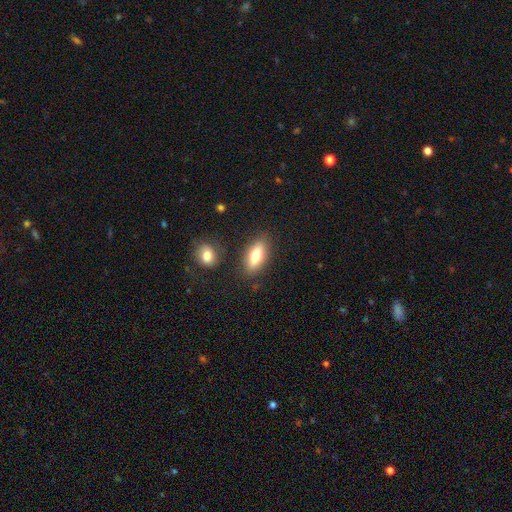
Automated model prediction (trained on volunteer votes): Smooth or featured: smooth — 71% (featured or disk — 21%)
How rounded: in between — 73% (cigar-shaped — 23%)
Merging: none — 82% (minor disturbance — 11%)